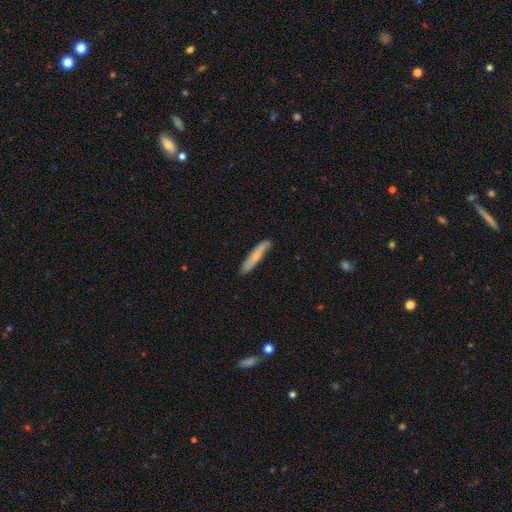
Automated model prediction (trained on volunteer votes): The model was most divided on "smooth or featured": smooth: 65%, featured or disk: 29%, star or artifact: 6%. More confident: how rounded — cigar-shaped (92%); merging — none (83%).